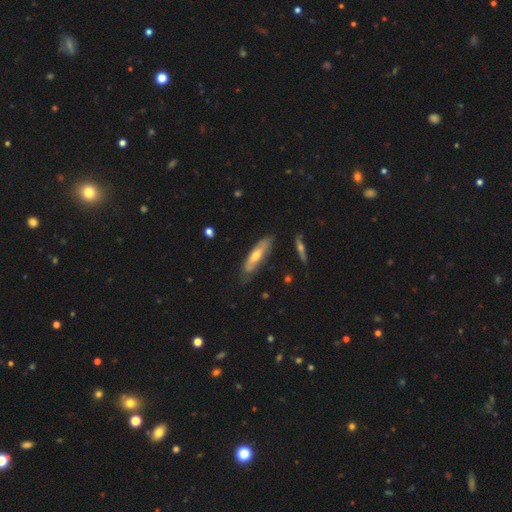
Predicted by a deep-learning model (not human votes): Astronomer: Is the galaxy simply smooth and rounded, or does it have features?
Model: featured or disk — 47% (runner-up: smooth, 46%).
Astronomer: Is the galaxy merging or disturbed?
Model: none — 72%.